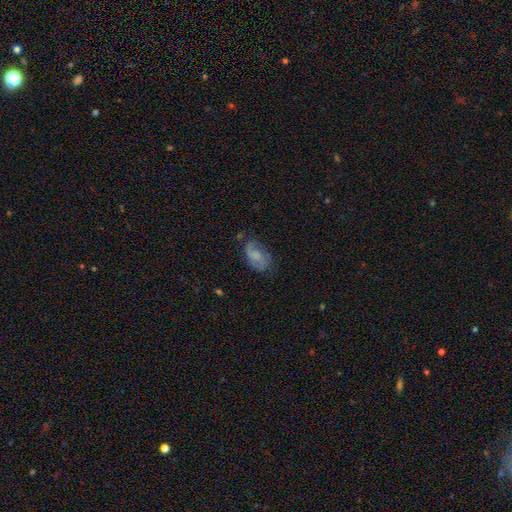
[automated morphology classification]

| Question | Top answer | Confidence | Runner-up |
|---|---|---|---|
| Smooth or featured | smooth | 47% | featured or disk (44%) |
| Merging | none | 63% | minor disturbance (25%) |